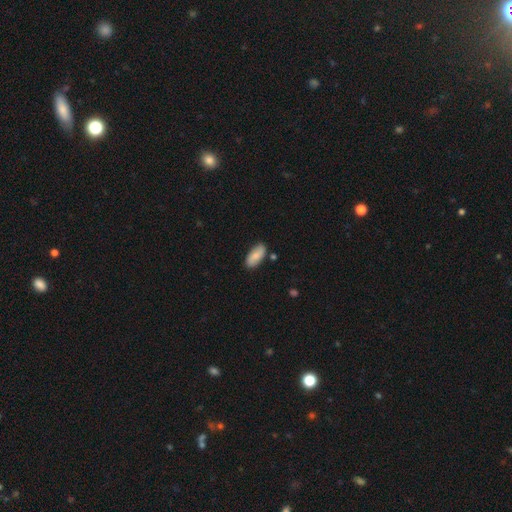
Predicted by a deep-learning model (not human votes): Q: Smooth or featured?
A: smooth (79%); runner-up: featured or disk (15%)
Q: How rounded?
A: in between (88%); runner-up: cigar-shaped (9%)
Q: Merging?
A: none (83%); runner-up: minor disturbance (12%)